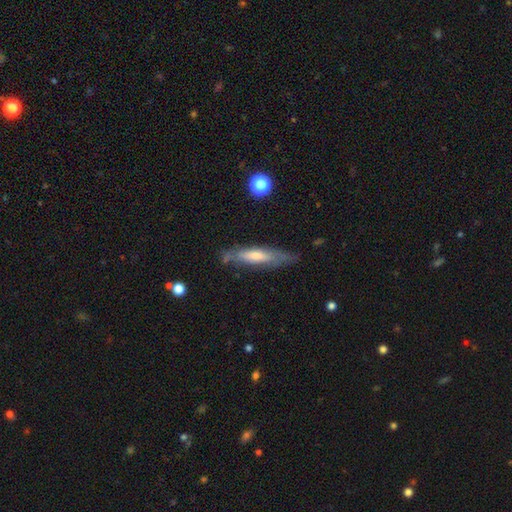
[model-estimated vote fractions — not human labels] Overall: smooth (52%; featured or disk 41%). How rounded: cigar-shaped (75%). Merging: none (65%).